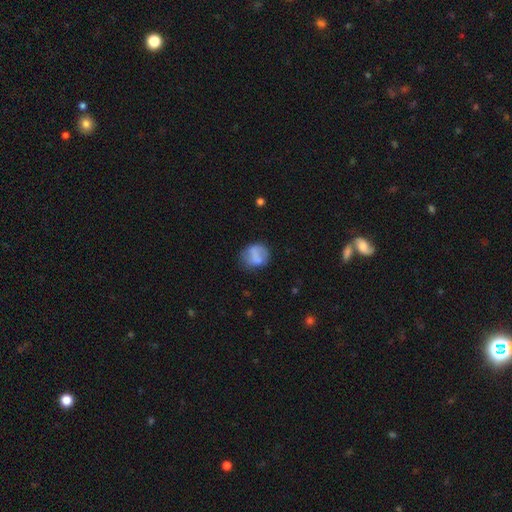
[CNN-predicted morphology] Smooth or featured? smooth (67%)
How rounded? round (68%)
Merging? none (57%)